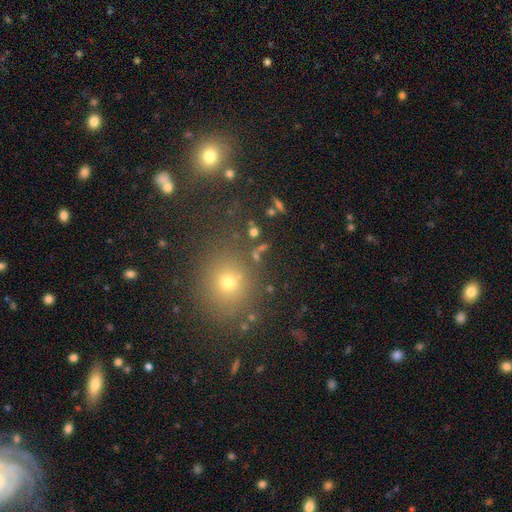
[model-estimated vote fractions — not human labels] smooth-or-featured: smooth: 60% | star or artifact: 30% | featured or disk: 10%
  how-rounded: round: 76% | in between: 23% | cigar-shaped: 2%
  merging: none: 79% | minor disturbance: 9% | merger: 7% | major disturbance: 5%